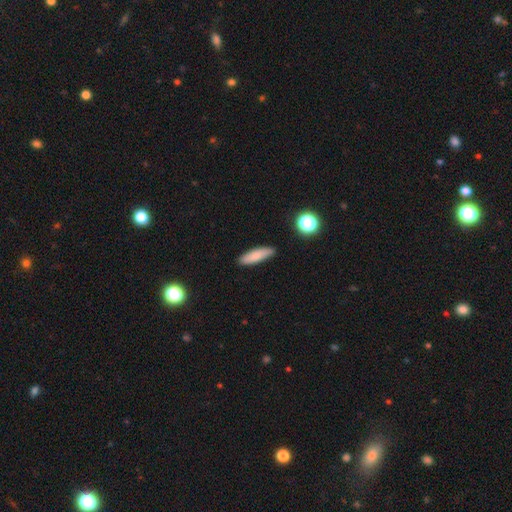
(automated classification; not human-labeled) Smooth or featured: smooth — 81% (featured or disk — 11%)
How rounded: cigar-shaped — 64% (in between — 34%)
Merging: none — 86% (minor disturbance — 10%)